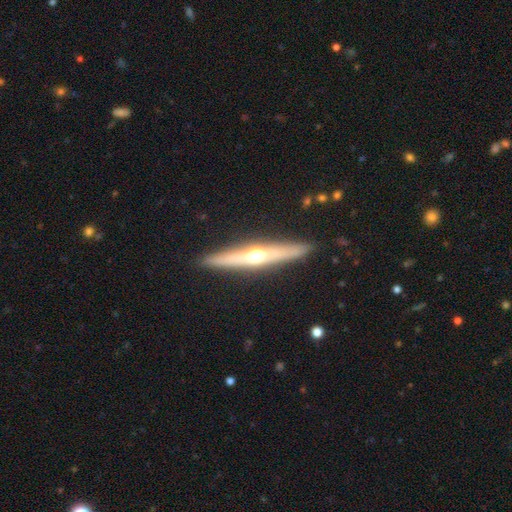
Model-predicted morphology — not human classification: This is likely a featured or disk galaxy (64%). It is clearly viewed edge-on (94%). Edge-on bulge: clearly rounded (90%). Merging: clearly none (90%).